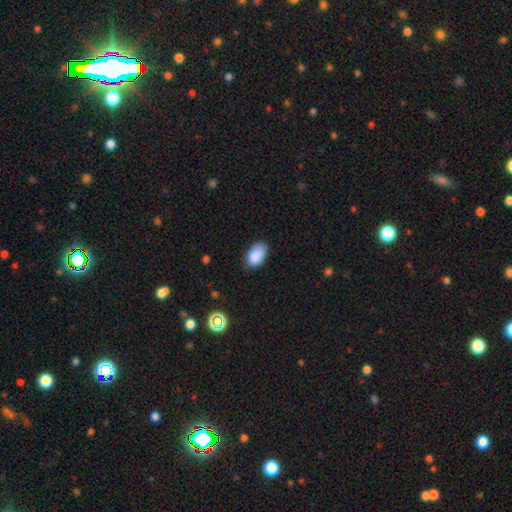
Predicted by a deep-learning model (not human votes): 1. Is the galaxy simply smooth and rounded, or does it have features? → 87% smooth, 8% star or artifact, 5% featured or disk.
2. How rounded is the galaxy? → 91% in between, 8% round, 1% cigar-shaped.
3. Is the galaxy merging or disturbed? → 71% none, 23% minor disturbance, 4% major disturbance, 1% merger.